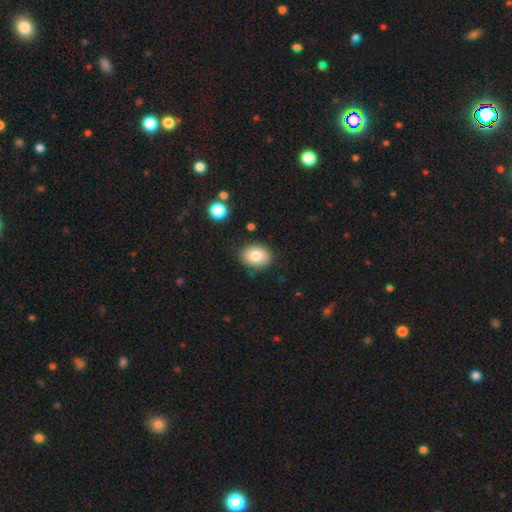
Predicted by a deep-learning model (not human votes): Q: Smooth or featured?
A: smooth (82%); runner-up: featured or disk (9%)
Q: How rounded?
A: in between (63%); runner-up: round (36%)
Q: Merging?
A: none (83%); runner-up: minor disturbance (12%)